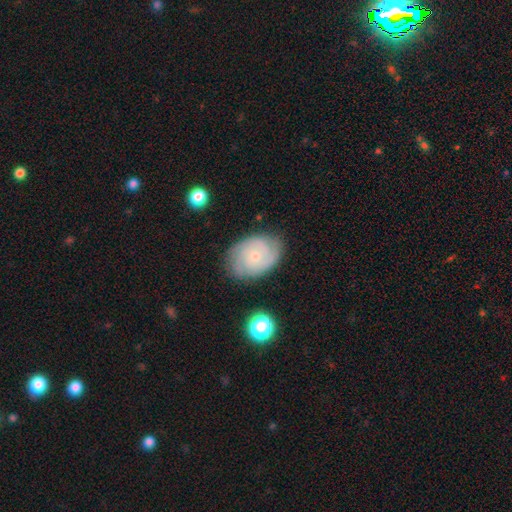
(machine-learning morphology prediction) This is likely a featured or disk galaxy (74%). It is clearly not viewed edge-on (97%). Bar: likely no (76%). Spiral arm pattern: clearly yes (94%). Spiral arm count: marginally 2 (31%). Spiral winding: likely tight (63%). Central bulge: likely small (77%). Merging: likely none (79%).